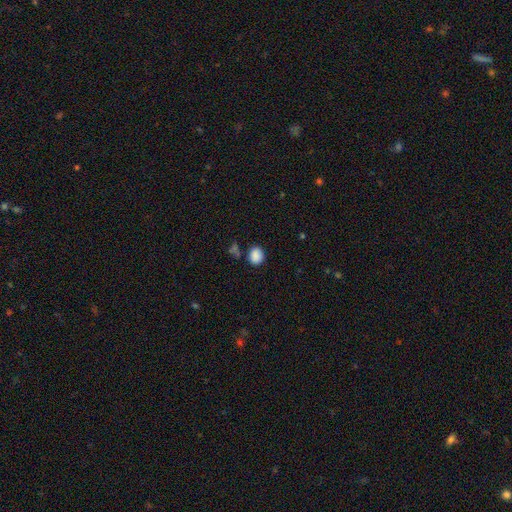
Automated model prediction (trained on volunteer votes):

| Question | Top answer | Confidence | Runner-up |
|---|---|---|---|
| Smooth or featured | smooth | 87% | star or artifact (9%) |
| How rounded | round | 60% | in between (39%) |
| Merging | none | 77% | minor disturbance (13%) |